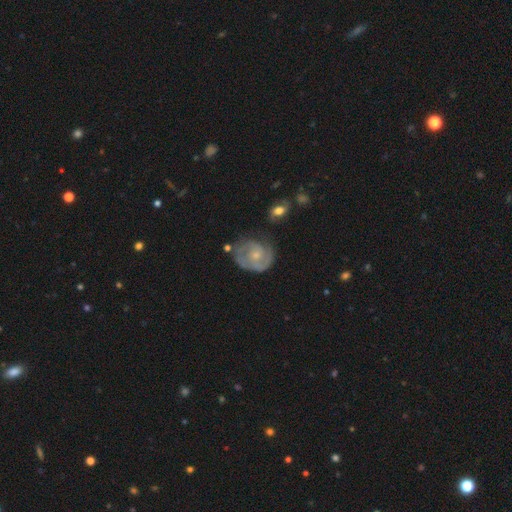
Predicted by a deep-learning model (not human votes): Smooth or featured: featured or disk — 74% (smooth — 20%)
Edge-on disk: no — 98% (yes — 2%)
Bar: no — 71% (weak — 26%)
Spiral arms: yes — 88% (no — 12%)
Spiral winding: tight — 54% (medium — 34%)
Spiral arm count: 2 — 50% (can't tell — 23%)
Bulge size: small — 64% (moderate — 30%)
Merging: none — 61% (minor disturbance — 24%)